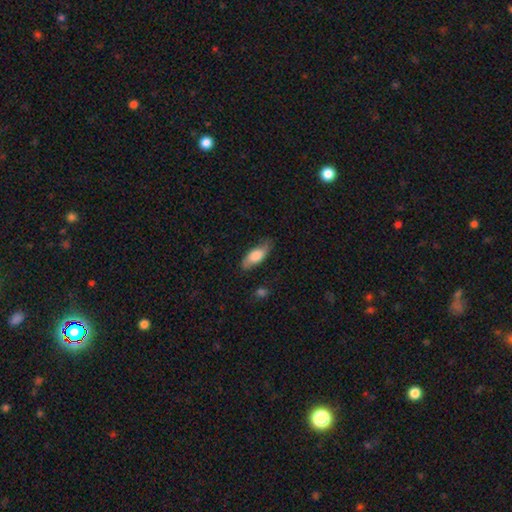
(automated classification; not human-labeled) A smooth galaxy with no disk features (73%) that is in between round and cigar-shaped (74%). Merging: none (74%).